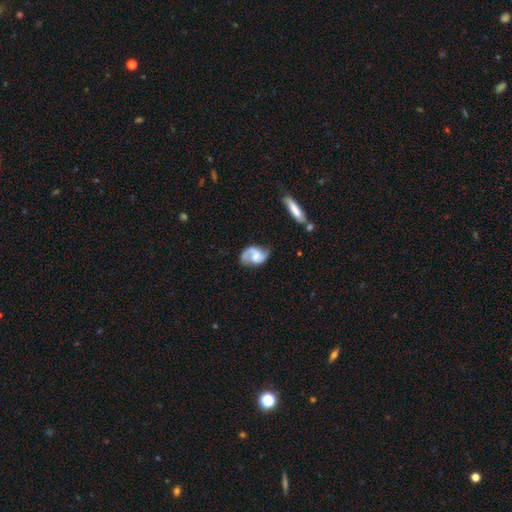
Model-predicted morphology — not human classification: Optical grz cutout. It shows a featured or disk galaxy (76%) with no bar (53%), 2 (74%) medium (46%) spiral arms (94%) and a moderate central bulge (34%). Merging: none (58%).